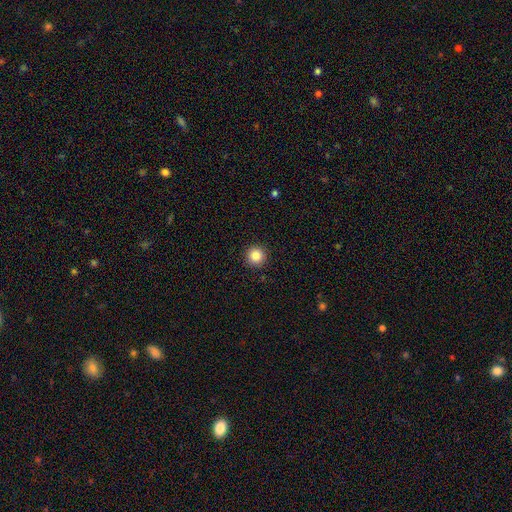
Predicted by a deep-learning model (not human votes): Smooth or featured: smooth — 85% (star or artifact — 11%)
How rounded: round — 96% (in between — 3%)
Merging: none — 93% (minor disturbance — 5%)